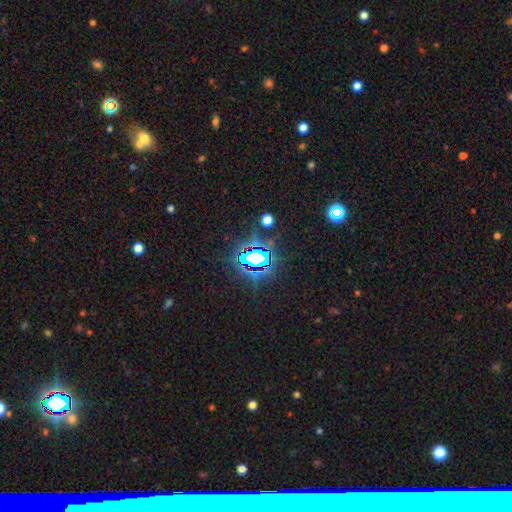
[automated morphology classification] star or artifact 72%, smooth 16%, featured or disk 12%.